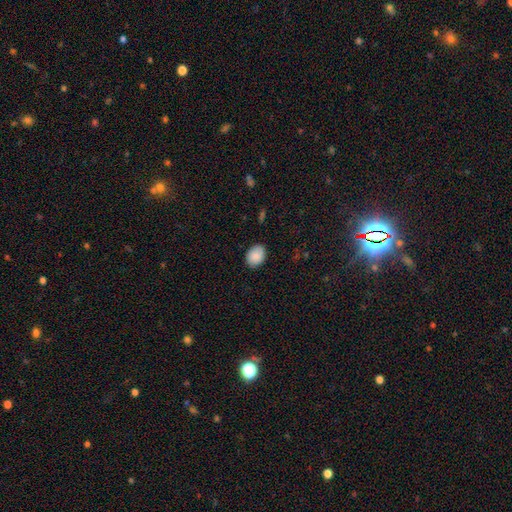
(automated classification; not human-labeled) smooth-or-featured: smooth: 89% | star or artifact: 7% | featured or disk: 4%
  how-rounded: in between: 64% | round: 35% | cigar-shaped: 1%
  merging: none: 85% | minor disturbance: 11% | major disturbance: 2% | merger: 1%